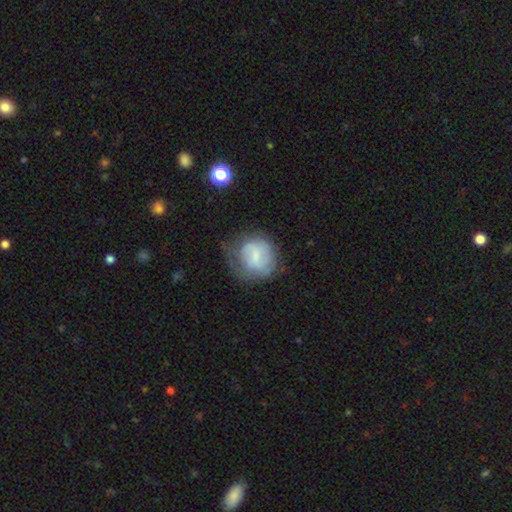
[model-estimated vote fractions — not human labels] Smooth or featured? smooth (55%)
How rounded? round (80%)
Merging? none (49%)